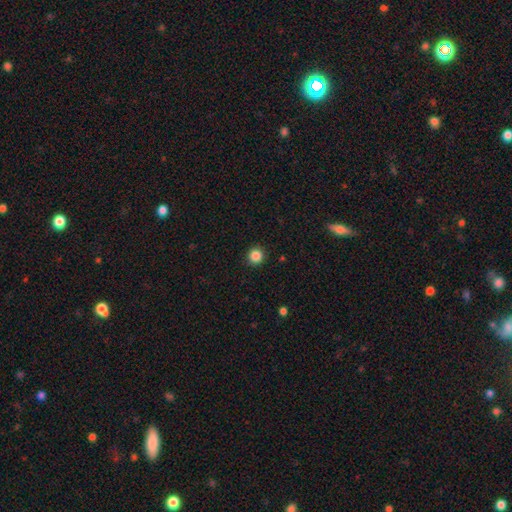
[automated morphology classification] Q: Smooth or featured?
A: smooth (86%); runner-up: star or artifact (11%)
Q: How rounded?
A: round (94%); runner-up: in between (5%)
Q: Merging?
A: none (92%); runner-up: minor disturbance (5%)